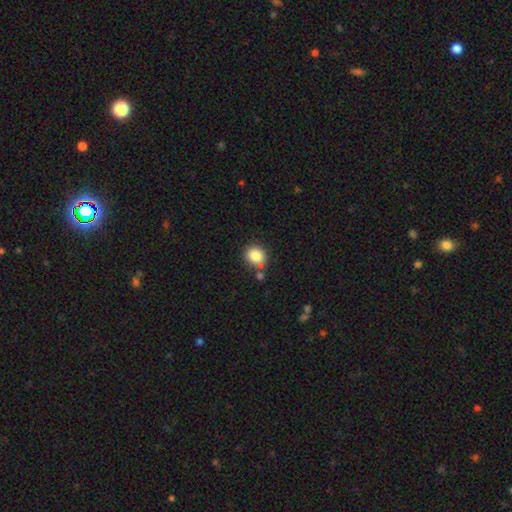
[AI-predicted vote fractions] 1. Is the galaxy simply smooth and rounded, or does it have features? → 84% smooth, 10% star or artifact, 7% featured or disk.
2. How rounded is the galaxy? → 73% round, 26% in between, 1% cigar-shaped.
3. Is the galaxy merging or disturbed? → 71% none, 14% merger, 12% minor disturbance, 3% major disturbance.